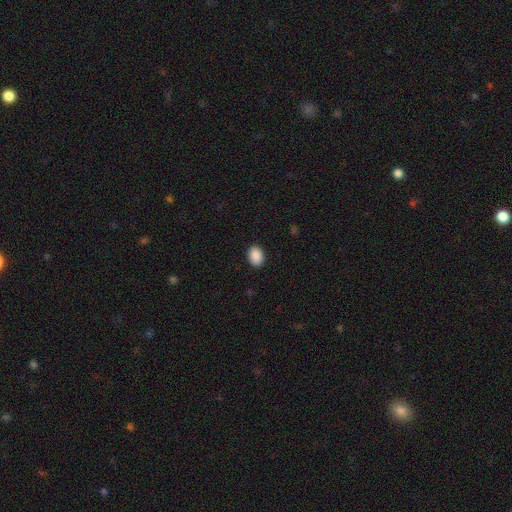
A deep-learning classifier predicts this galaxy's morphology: This is clearly a smooth galaxy (90%). How rounded: likely in between (73%). Merging: clearly none (90%).